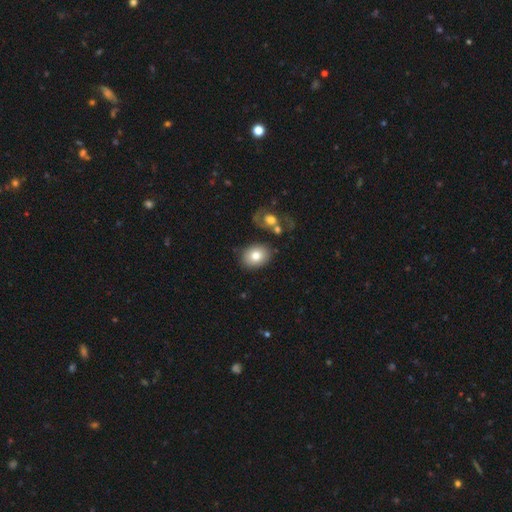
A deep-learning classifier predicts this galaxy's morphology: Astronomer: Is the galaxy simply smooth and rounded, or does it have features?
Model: smooth — 77%.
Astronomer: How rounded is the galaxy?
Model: in between — 59% (runner-up: round, 40%).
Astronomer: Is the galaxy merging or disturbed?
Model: none — 79%.